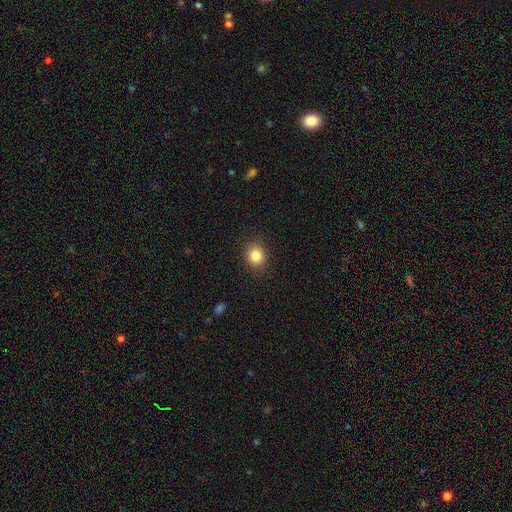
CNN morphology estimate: This appears to be a smooth galaxy with no disk features (84%) that is round (74%). Merging: none (89%).